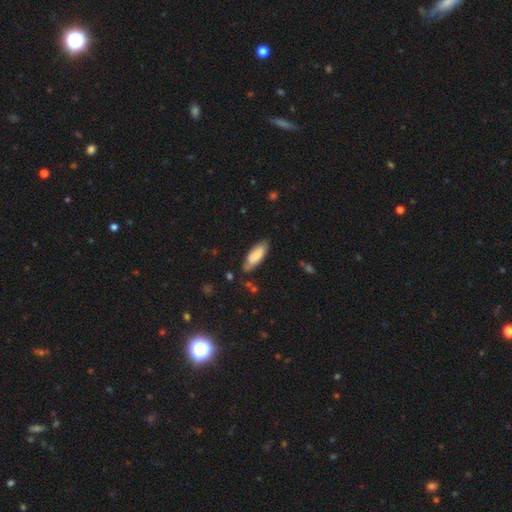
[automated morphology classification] Smooth or featured: smooth — 79% (featured or disk — 15%)
How rounded: in between — 74% (cigar-shaped — 25%)
Merging: none — 74% (minor disturbance — 19%)